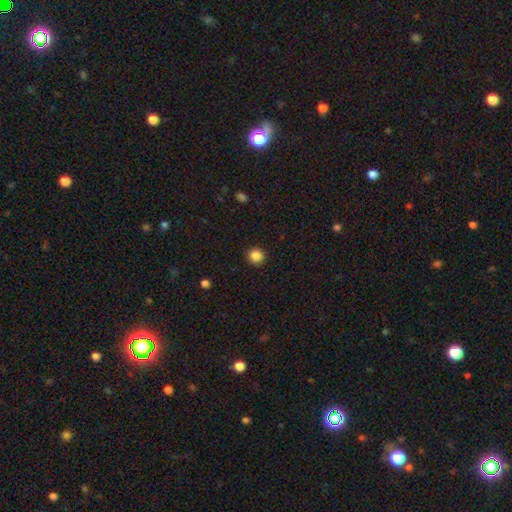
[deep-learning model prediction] Morphology: type=smooth (86%); roundness=round (93%); merging=none (92%).